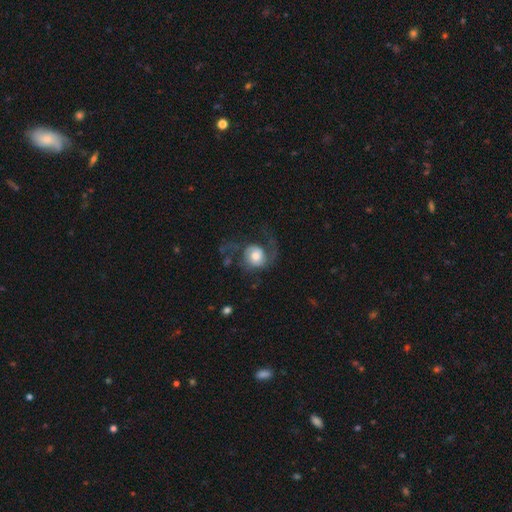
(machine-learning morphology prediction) smooth-or-featured: featured or disk: 62% | smooth: 32% | star or artifact: 7%
  disk-edge-on: no: 97% | yes: 3%
    bar: no: 70% | weak: 25% | strong: 5%
    has-spiral-arms: yes: 88% | no: 12%
      spiral-winding: loose: 50% | medium: 37% | tight: 13%
      spiral-arm-count: 2: 68% | 1: 22% | can't tell: 6% | 3: 2% | 4: 1% | more than 4: 1%
    bulge-size: moderate: 51% | large: 30% | small: 12% | dominant: 6% | none: 2%
  merging: none: 43% | major disturbance: 38% | minor disturbance: 16% | merger: 3%